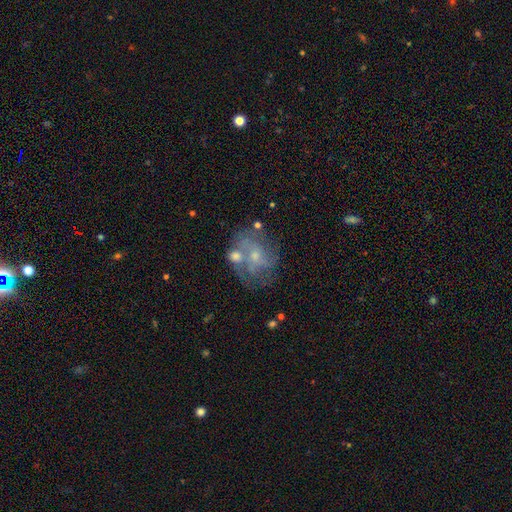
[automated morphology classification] Overall: featured or disk (65%). Edge-on disk: no (97%). Bar: no (73%). Spiral arms: yes (68%; no 32%). Bulge size: small (61%; moderate 31%). Merging: none (47%; merger 20%).